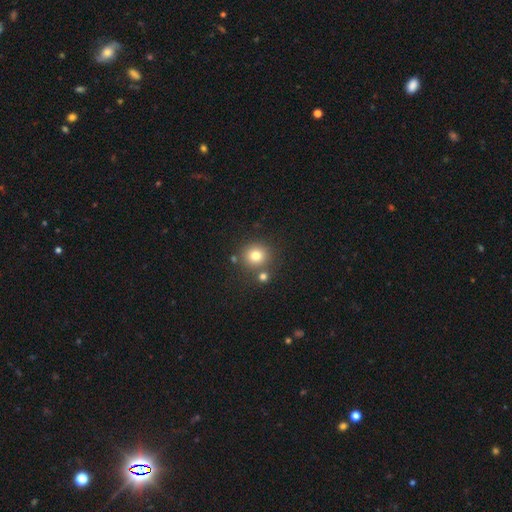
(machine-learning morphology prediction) A smooth galaxy with no disk features (78%) that is round (91%).

Vote fractions:
- Smooth or featured? smooth: 78% / star or artifact: 13% / featured or disk: 8%
- How rounded? round: 91% / in between: 8% / cigar-shaped: 1%
- Merging? none: 77% / merger: 12% / minor disturbance: 8% / major disturbance: 3%